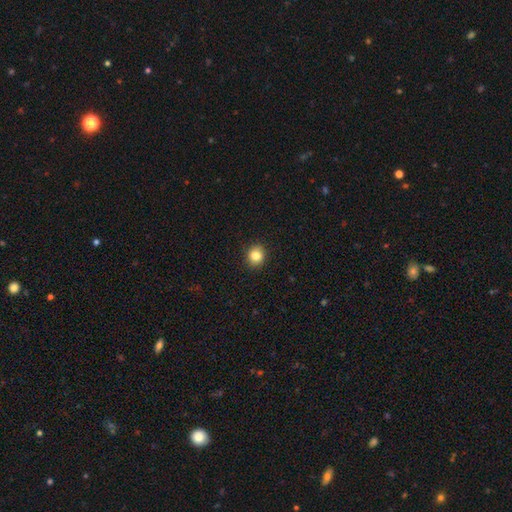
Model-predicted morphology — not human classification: smooth-or-featured: smooth: 84% | star or artifact: 10% | featured or disk: 6%
  how-rounded: round: 80% | in between: 19% | cigar-shaped: 1%
  merging: none: 91% | minor disturbance: 6% | major disturbance: 2% | merger: 1%